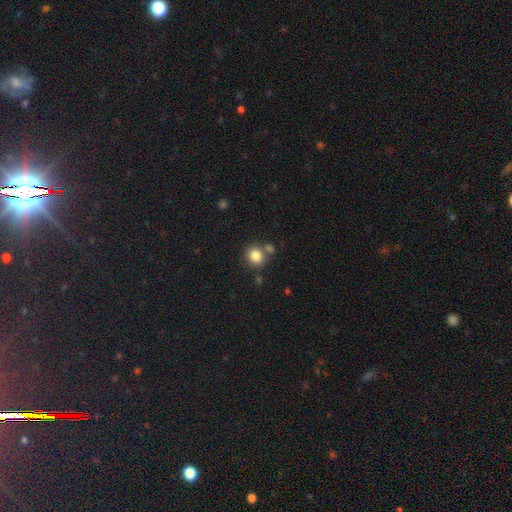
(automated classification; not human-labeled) Smooth or featured? Predicted: smooth (p=0.84). How rounded? Predicted: round (p=0.78). Merging? Predicted: none (p=0.69).